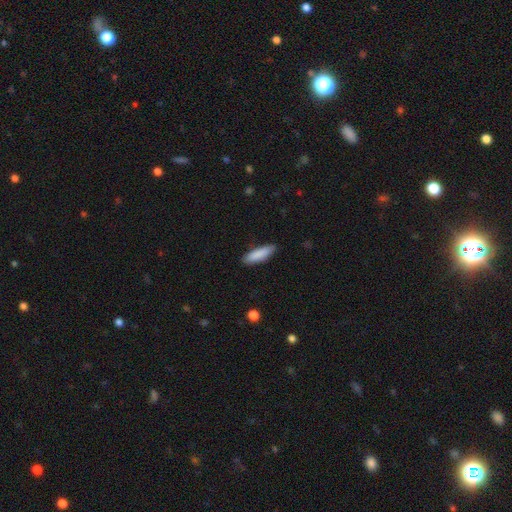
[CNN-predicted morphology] The model was most divided on "how rounded": cigar-shaped: 66%, in between: 33%, round: 1%. More confident: merging — none (88%); smooth or featured — smooth (86%).